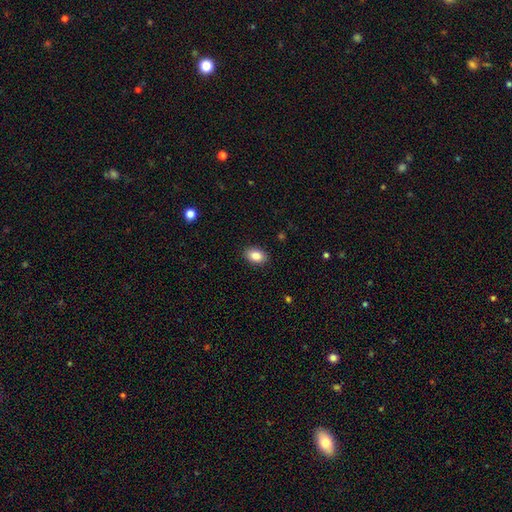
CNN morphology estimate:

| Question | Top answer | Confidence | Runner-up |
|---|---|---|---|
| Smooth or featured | smooth | 87% | star or artifact (8%) |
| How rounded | in between | 85% | round (13%) |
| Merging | none | 89% | minor disturbance (8%) |